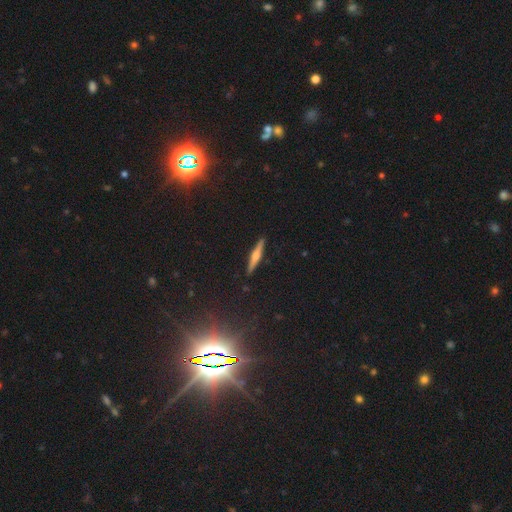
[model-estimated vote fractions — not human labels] This appears to be a featured or disk galaxy (61%) viewed edge-on (97%) with a rounded central bulge (74%). Merging: none (91%).